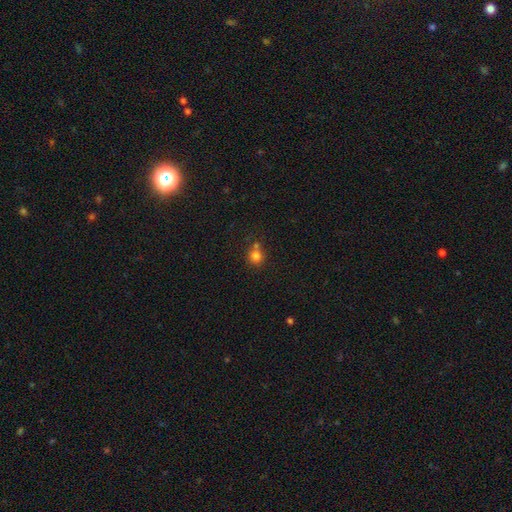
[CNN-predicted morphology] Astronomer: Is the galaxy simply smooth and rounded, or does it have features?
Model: smooth — 80%.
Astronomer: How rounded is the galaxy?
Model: round — 88%.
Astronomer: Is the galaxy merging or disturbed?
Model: none — 61%.